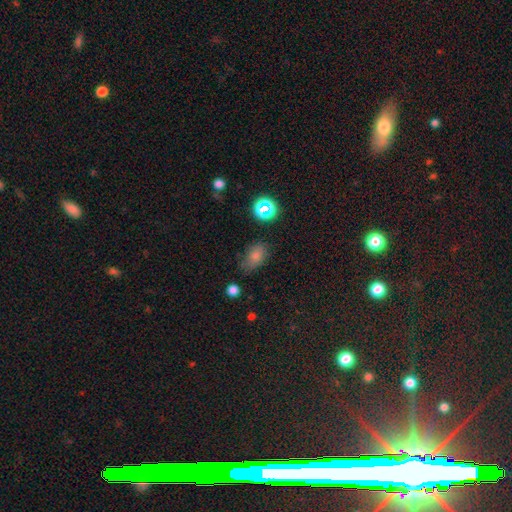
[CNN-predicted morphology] A smooth galaxy with no disk features (75%) that is in between round and cigar-shaped (83%). Merging: none (63%).